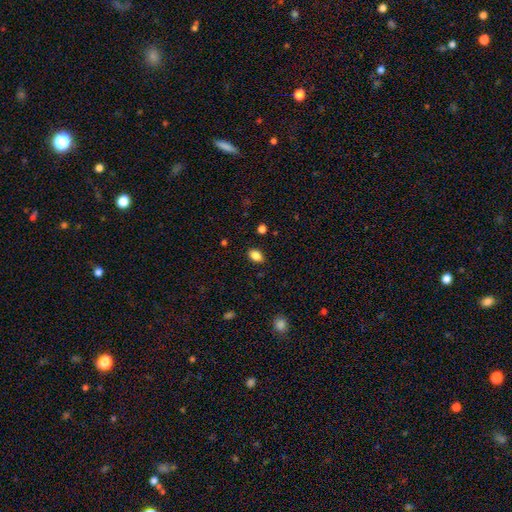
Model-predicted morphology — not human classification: Smooth or featured? smooth (86%)
How rounded? in between (86%)
Merging? none (87%)